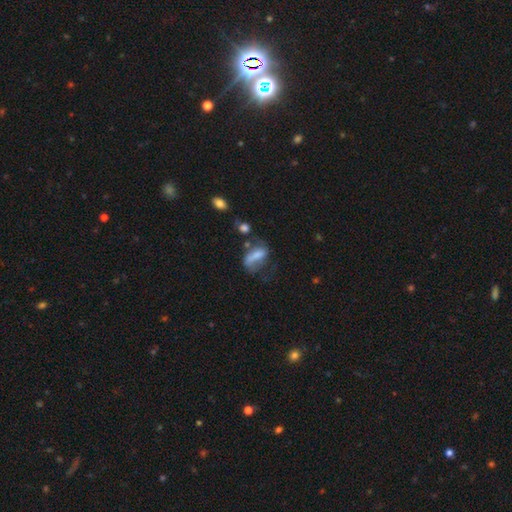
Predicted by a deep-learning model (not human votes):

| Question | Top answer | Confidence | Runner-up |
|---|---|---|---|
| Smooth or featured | smooth | 56% | featured or disk (33%) |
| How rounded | in between | 70% | cigar-shaped (21%) |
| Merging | major disturbance | 33% | none (32%) |